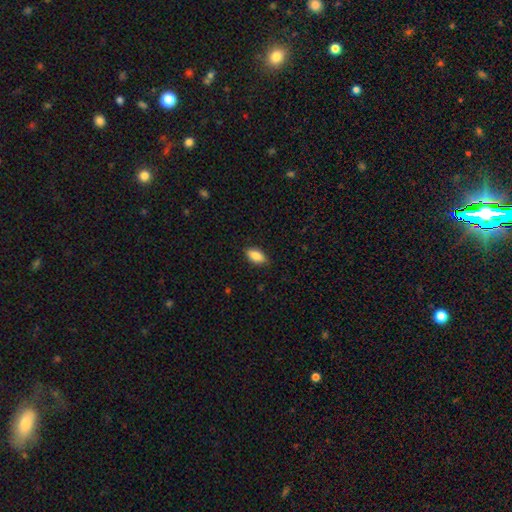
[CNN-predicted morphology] The model was most divided on "merging": none: 85%, minor disturbance: 12%, major disturbance: 2%, merger: 1%. More confident: how rounded — in between (89%); smooth or featured — smooth (84%).